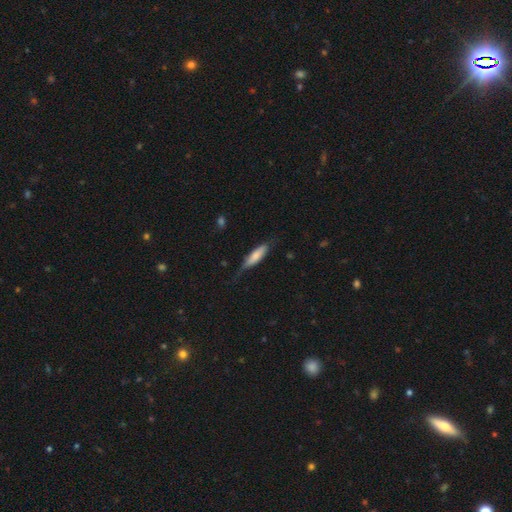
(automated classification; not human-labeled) smooth 70%, featured or disk 24%, star or artifact 6%. Down the decision tree: how rounded — cigar-shaped (60%); merging — none (52%).